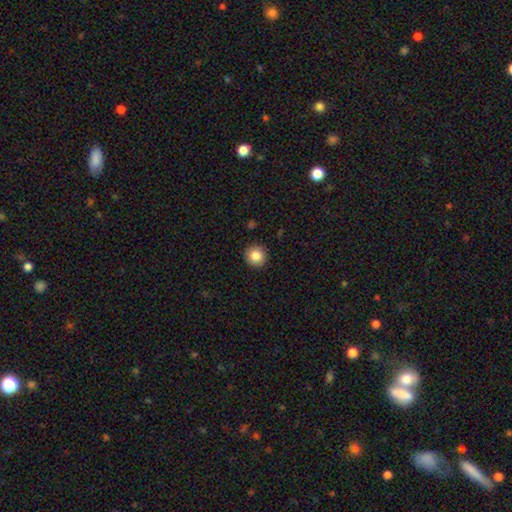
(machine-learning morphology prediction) This is clearly a smooth galaxy (85%). How rounded: clearly round (94%). Merging: clearly none (92%).